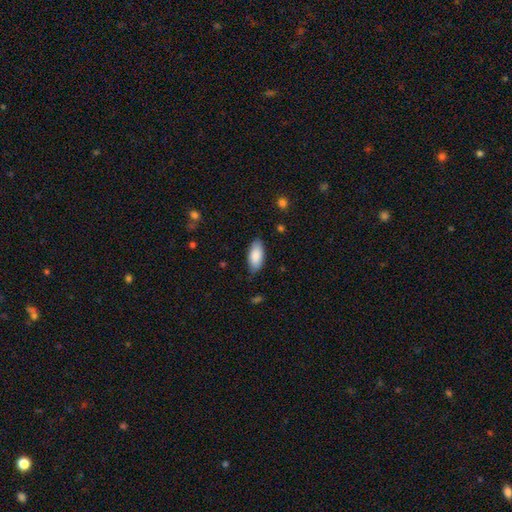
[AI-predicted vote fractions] This appears to be a smooth galaxy with no disk features (88%) that is in between round and cigar-shaped (90%). Merging: none (82%).